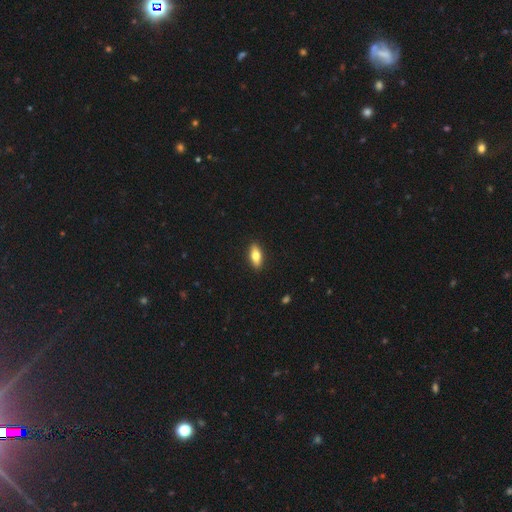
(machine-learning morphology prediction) Q: Smooth or featured?
A: smooth (71%); runner-up: featured or disk (22%)
Q: How rounded?
A: in between (77%); runner-up: cigar-shaped (20%)
Q: Merging?
A: none (91%); runner-up: minor disturbance (7%)